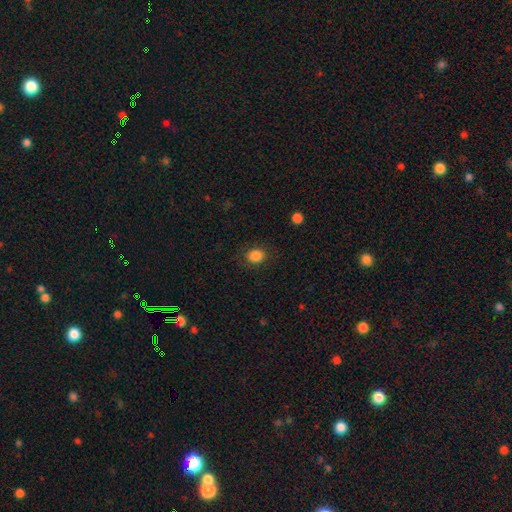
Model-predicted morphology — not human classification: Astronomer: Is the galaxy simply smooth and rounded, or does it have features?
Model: smooth — 85%.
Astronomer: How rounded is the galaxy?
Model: round — 66%.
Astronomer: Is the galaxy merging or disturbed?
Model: none — 84%.